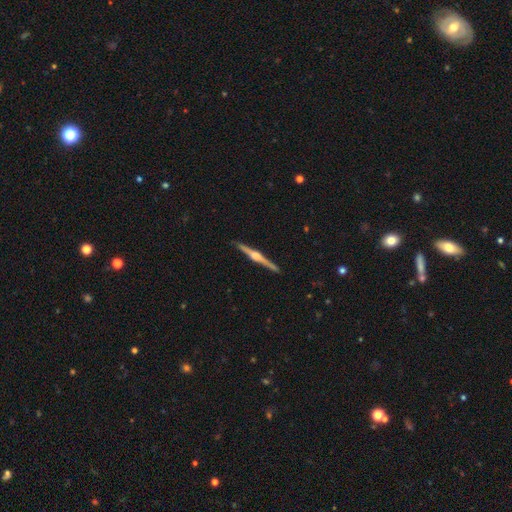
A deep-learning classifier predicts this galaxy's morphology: type=featured or disk (86%); edge-on=yes (99%); edge-on bulge=rounded (86%); merging=none (92%).